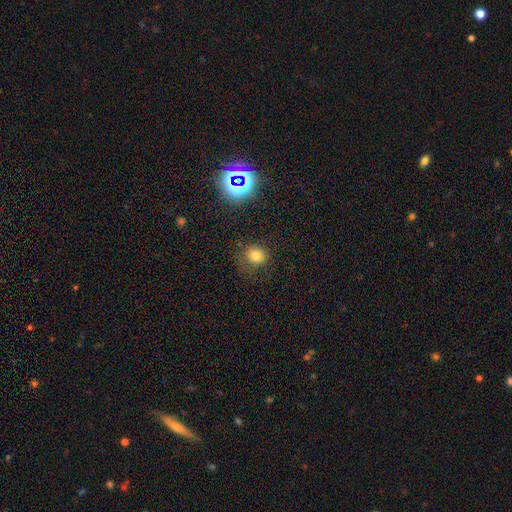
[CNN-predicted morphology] This appears to be a smooth galaxy with no disk features (76%) that is round (82%). Merging: none (72%).